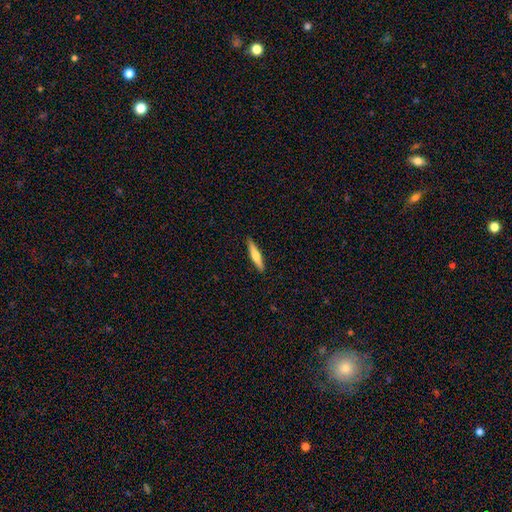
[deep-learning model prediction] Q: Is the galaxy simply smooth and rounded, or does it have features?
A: smooth — 48%.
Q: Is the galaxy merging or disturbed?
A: none — 91%.